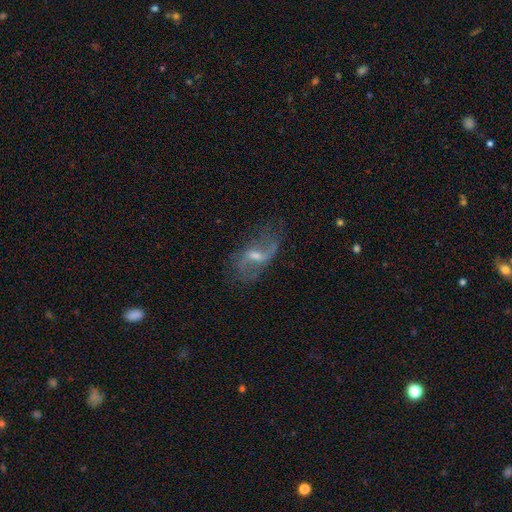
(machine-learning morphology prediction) Smooth or featured? Predicted: featured or disk (p=0.76). Edge-on disk? Predicted: no (p=0.94). Bar? Predicted: weak (p=0.54). Spiral arms? Predicted: yes (p=0.87). Spiral winding? Predicted: loose (p=0.73). Spiral arm count? Predicted: 2 (p=0.83). Bulge size? Predicted: small (p=0.45). Merging? Predicted: none (p=0.65).